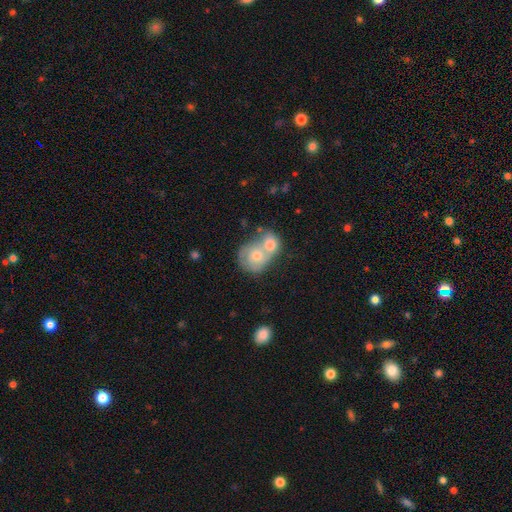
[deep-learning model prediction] This is possibly a smooth galaxy (54%). How rounded: likely round (70%). Merging: likely merger (75%).